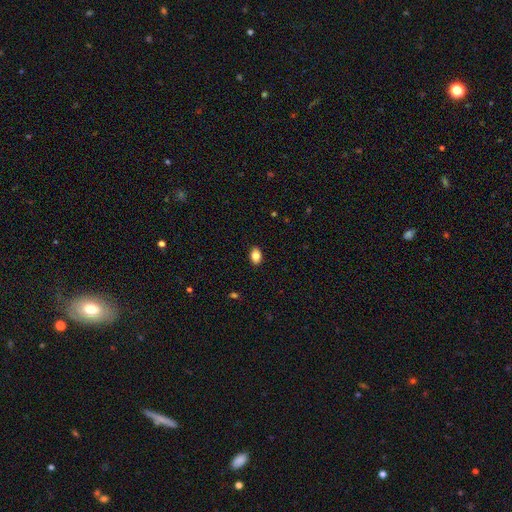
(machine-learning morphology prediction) Q: Smooth or featured?
A: smooth (85%); runner-up: star or artifact (9%)
Q: How rounded?
A: in between (86%); runner-up: round (13%)
Q: Merging?
A: none (89%); runner-up: minor disturbance (8%)